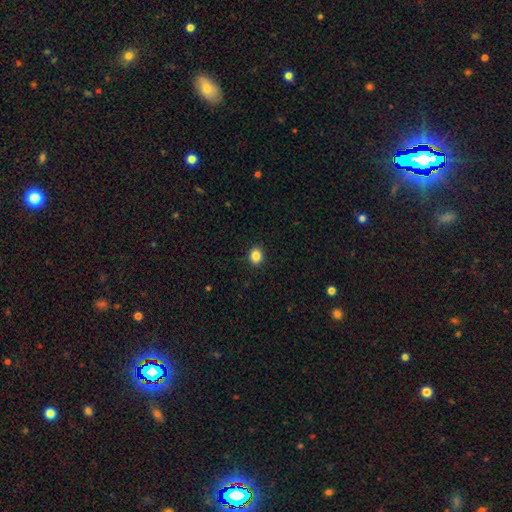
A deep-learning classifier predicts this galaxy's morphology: Smooth or featured? Predicted: smooth (p=0.86). How rounded? Predicted: round (p=0.62). Merging? Predicted: none (p=0.91).